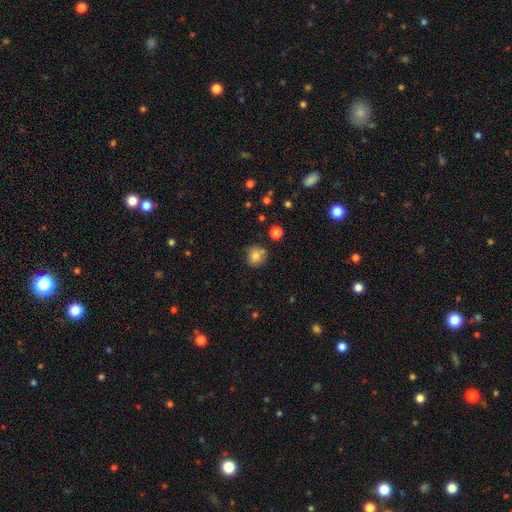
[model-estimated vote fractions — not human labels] A smooth galaxy with no disk features (80%) that is round (87%). Merging: none (72%).